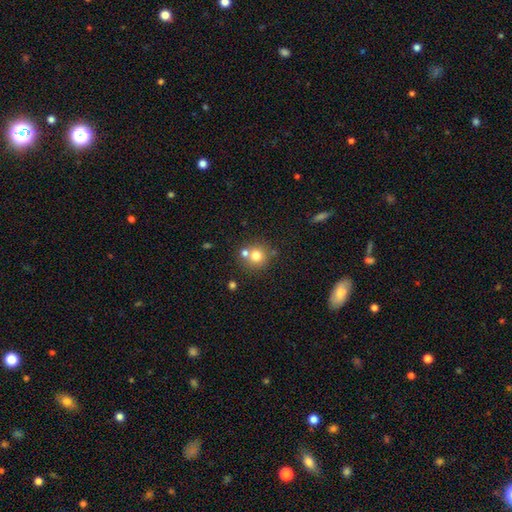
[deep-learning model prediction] Smooth or featured: smooth — 73% (featured or disk — 14%)
How rounded: round — 90% (in between — 9%)
Merging: none — 61% (merger — 28%)